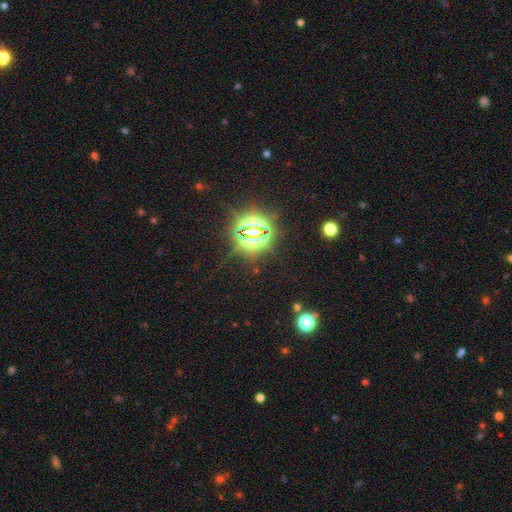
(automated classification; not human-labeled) A star or artifact, not a galaxy (82%).